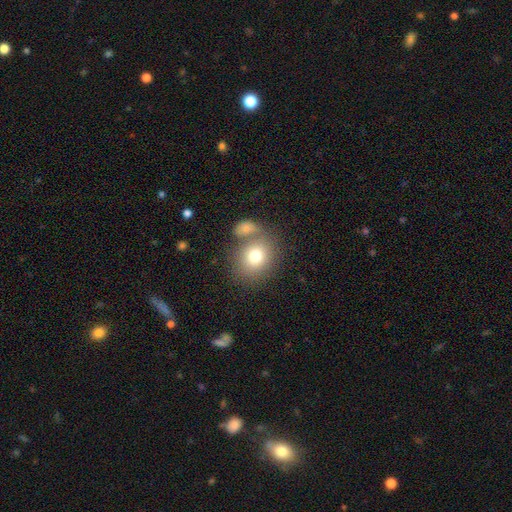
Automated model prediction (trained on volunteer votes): A smooth galaxy with no disk features (76%) that is round (66%).

Vote fractions:
- Smooth or featured? smooth: 76% / featured or disk: 14% / star or artifact: 10%
- How rounded? round: 66% / in between: 33% / cigar-shaped: 1%
- Merging? none: 54% / merger: 28% / minor disturbance: 12% / major disturbance: 6%